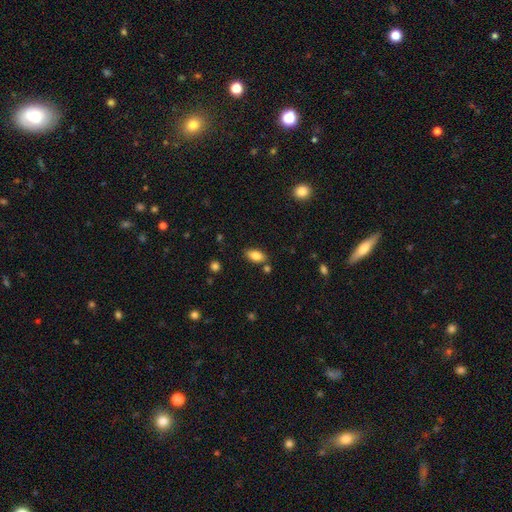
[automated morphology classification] Smooth or featured?
  - smooth: 83% *
  - featured or disk: 8%
  - star or artifact: 8%
How rounded?
  - in between: 91% *
  - round: 5%
  - cigar-shaped: 5%
Merging?
  - none: 80% *
  - minor disturbance: 11%
  - merger: 6%
  - major disturbance: 3%